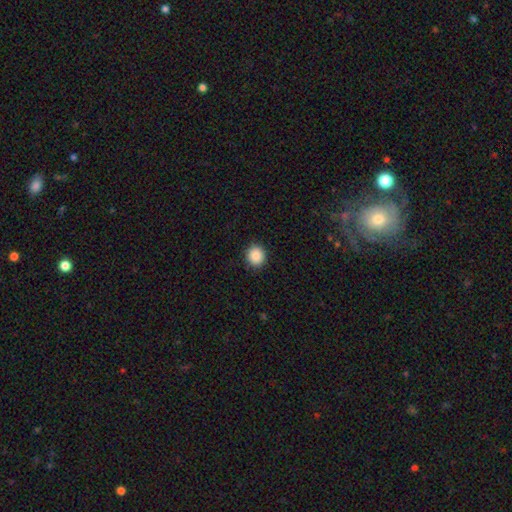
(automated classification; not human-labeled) This is clearly a smooth galaxy (88%). How rounded: clearly round (86%). Merging: clearly none (91%).